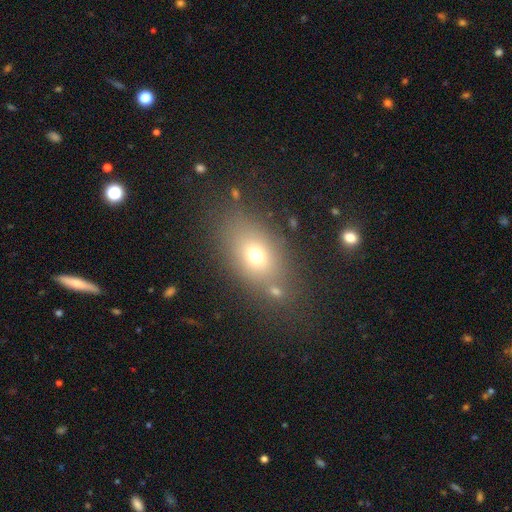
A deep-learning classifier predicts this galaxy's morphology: smooth-or-featured: smooth: 68% | featured or disk: 16% | star or artifact: 16%
  how-rounded: in between: 72% | round: 24% | cigar-shaped: 3%
  merging: none: 72% | minor disturbance: 13% | merger: 9% | major disturbance: 6%